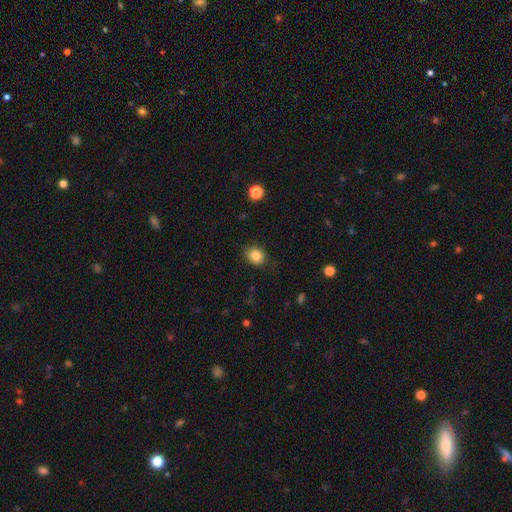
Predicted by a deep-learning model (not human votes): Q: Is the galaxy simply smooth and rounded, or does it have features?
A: smooth — 84%.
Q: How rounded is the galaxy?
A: round — 63%.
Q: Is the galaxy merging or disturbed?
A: none — 82%.